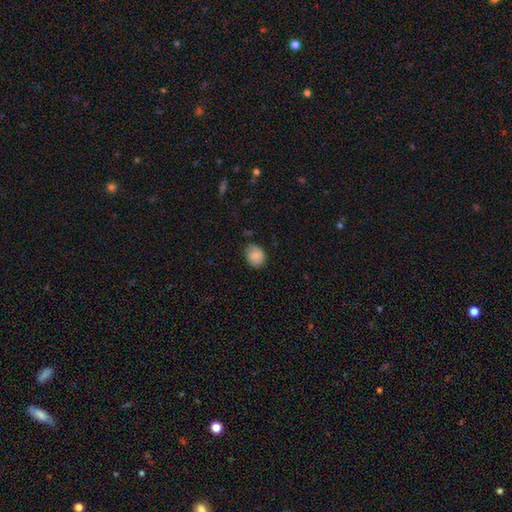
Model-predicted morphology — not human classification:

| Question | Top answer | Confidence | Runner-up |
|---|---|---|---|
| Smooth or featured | smooth | 82% | featured or disk (11%) |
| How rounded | round | 52% | in between (48%) |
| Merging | none | 72% | minor disturbance (22%) |